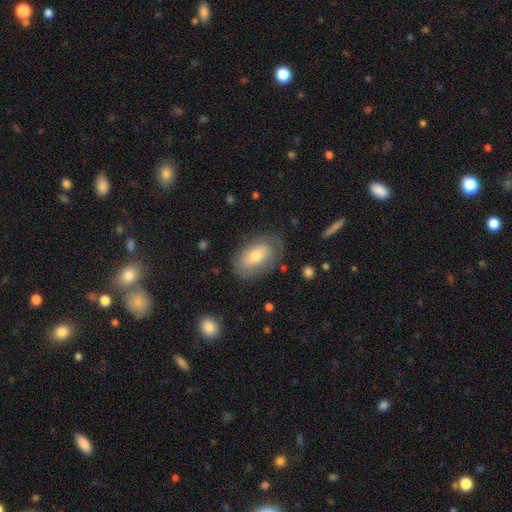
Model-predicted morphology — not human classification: A smooth galaxy with no disk features (47%). Merging: none (71%).